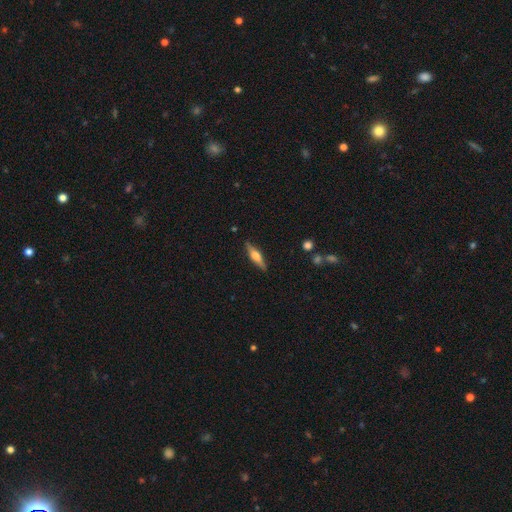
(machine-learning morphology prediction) Q: Smooth or featured?
A: featured or disk (59%); runner-up: smooth (35%)
Q: Edge-on disk?
A: yes (95%); runner-up: no (5%)
Q: Edge-on bulge?
A: rounded (88%); runner-up: boxy (9%)
Q: Merging?
A: none (88%); runner-up: minor disturbance (9%)